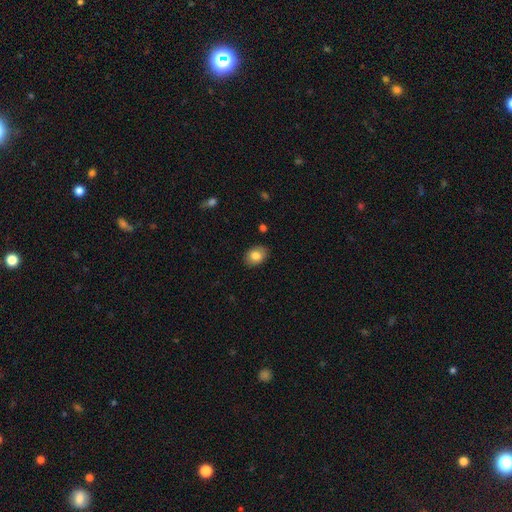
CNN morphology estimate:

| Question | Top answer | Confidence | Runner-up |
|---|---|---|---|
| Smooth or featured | smooth | 83% | featured or disk (9%) |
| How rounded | in between | 74% | round (25%) |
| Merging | none | 87% | minor disturbance (9%) |